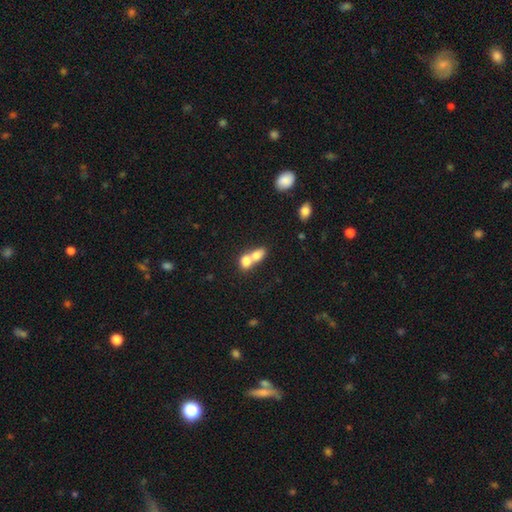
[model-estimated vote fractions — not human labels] This is likely a smooth galaxy (75%). How rounded: likely in between (61%). Merging: likely merger (75%).